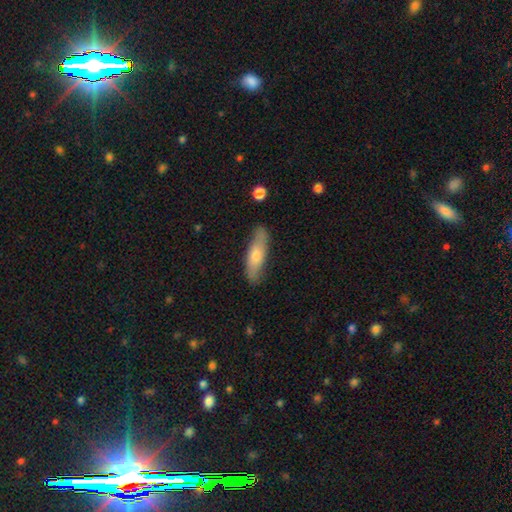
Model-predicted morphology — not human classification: Smooth or featured? Predicted: smooth (p=0.61). How rounded? Predicted: cigar-shaped (p=0.59). Merging? Predicted: none (p=0.81).